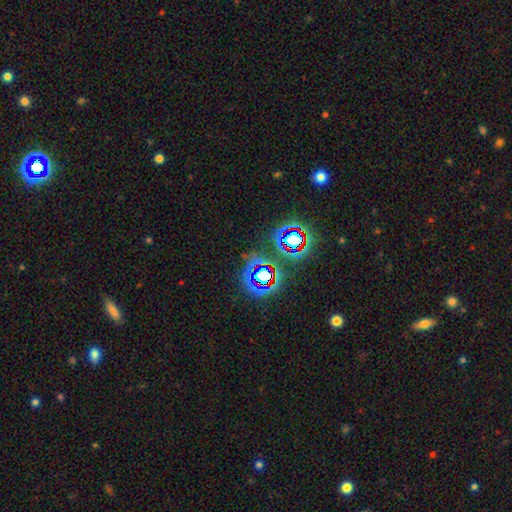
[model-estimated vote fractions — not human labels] star or artifact 60%, smooth 24%, featured or disk 17%.